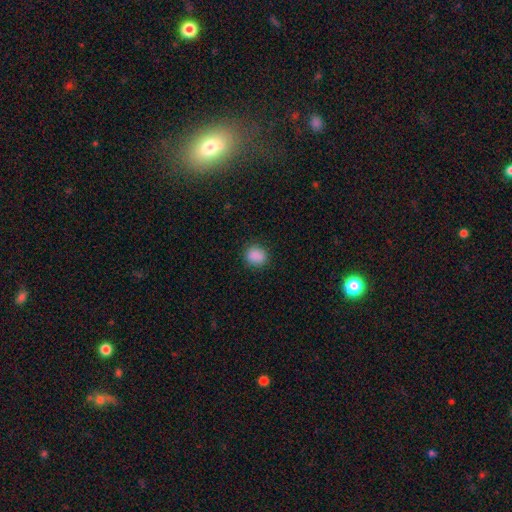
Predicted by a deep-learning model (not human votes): Morphology: type=smooth (87%); roundness=round (69%); merging=none (86%).